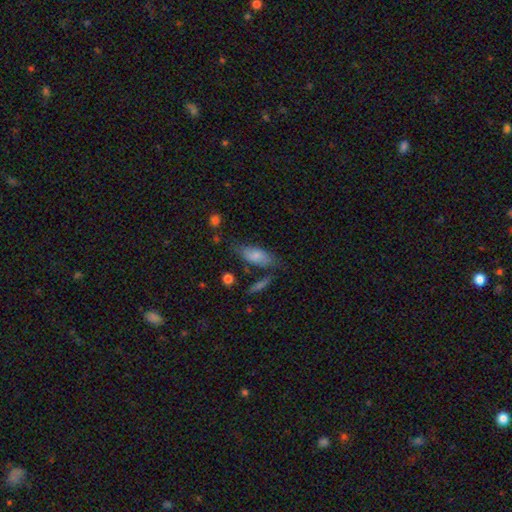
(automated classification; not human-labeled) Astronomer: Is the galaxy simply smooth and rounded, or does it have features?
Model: smooth — 74%.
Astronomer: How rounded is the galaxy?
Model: in between — 81%.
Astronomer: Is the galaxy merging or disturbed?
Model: none — 57%.